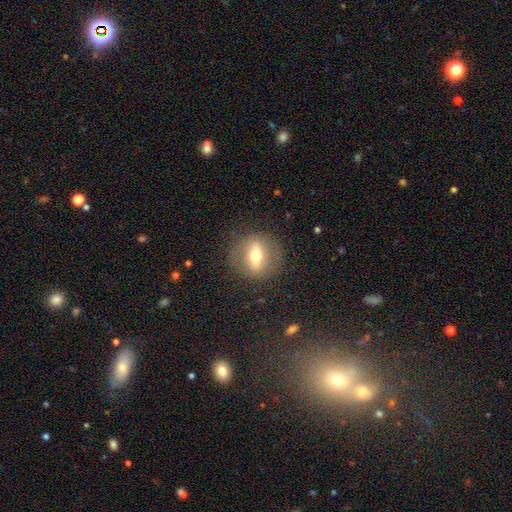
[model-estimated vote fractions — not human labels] Smooth or featured?
  - featured or disk: 50% *
  - smooth: 42%
  - star or artifact: 9%
Merging?
  - none: 82% *
  - minor disturbance: 11%
  - major disturbance: 6%
  - merger: 1%